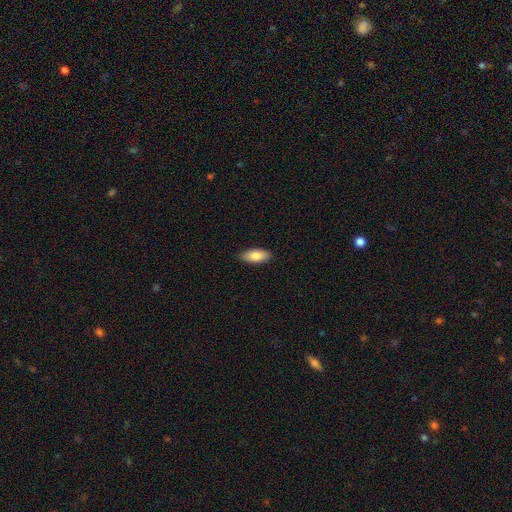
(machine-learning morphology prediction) Smooth or featured? Predicted: smooth (p=0.85). How rounded? Predicted: in between (p=0.85). Merging? Predicted: none (p=0.87).